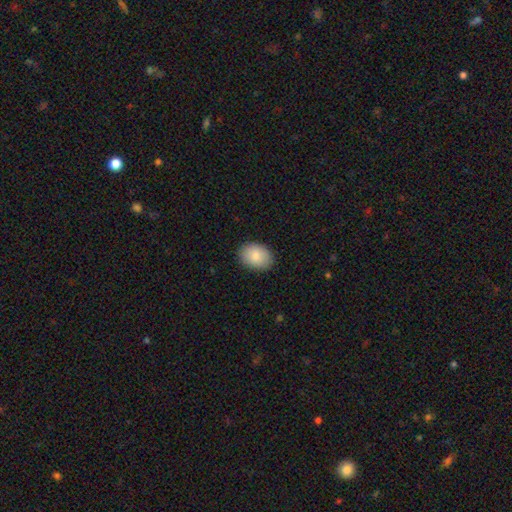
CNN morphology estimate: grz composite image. It shows a smooth galaxy with no disk features (87%) that is in between round and cigar-shaped (75%). Merging: none (89%).